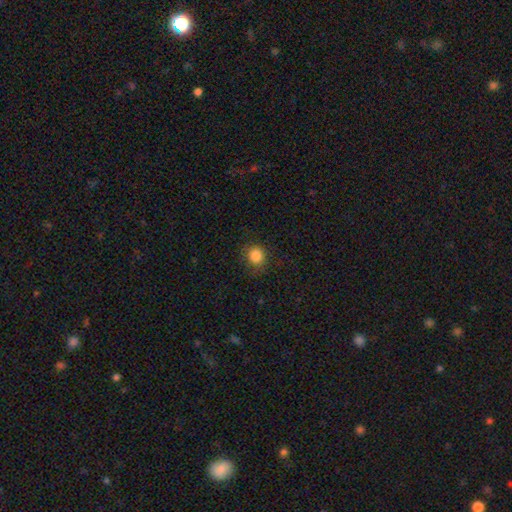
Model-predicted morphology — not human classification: This is clearly a smooth galaxy (85%). How rounded: clearly round (83%). Merging: clearly none (81%).